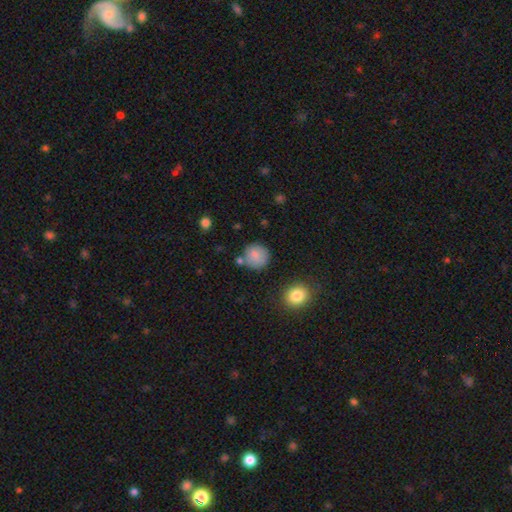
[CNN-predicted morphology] Smooth or featured?
  - smooth: 85% *
  - star or artifact: 9%
  - featured or disk: 6%
How rounded?
  - round: 92% *
  - in between: 7%
  - cigar-shaped: 1%
Merging?
  - none: 77% *
  - minor disturbance: 12%
  - merger: 7%
  - major disturbance: 4%